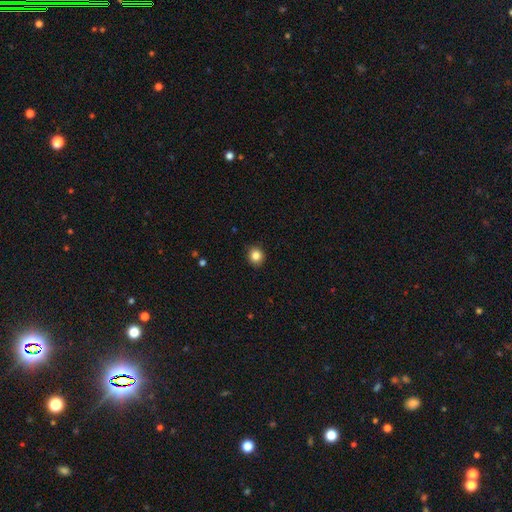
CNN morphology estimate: This is clearly a smooth galaxy (85%). How rounded: clearly round (86%). Merging: clearly none (91%).